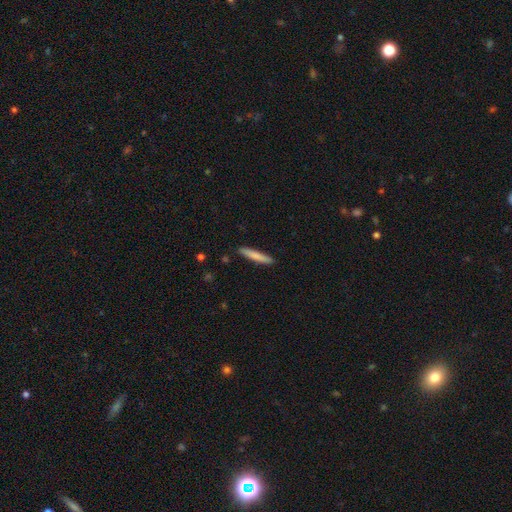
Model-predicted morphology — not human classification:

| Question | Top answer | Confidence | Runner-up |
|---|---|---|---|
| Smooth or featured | smooth | 78% | featured or disk (17%) |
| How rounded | cigar-shaped | 93% | in between (5%) |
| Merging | none | 90% | minor disturbance (7%) |